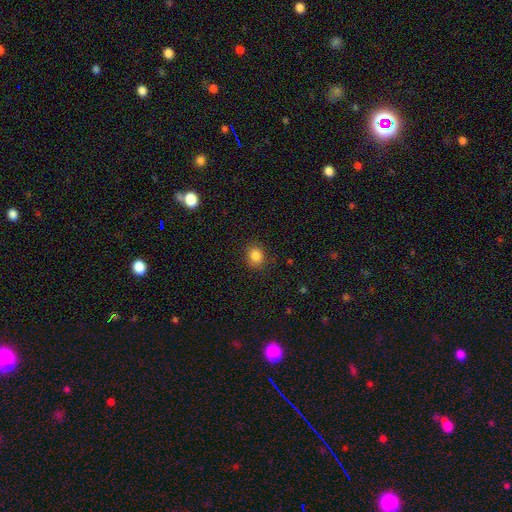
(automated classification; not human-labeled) Smooth or featured? smooth (85%)
How rounded? round (72%)
Merging? none (87%)